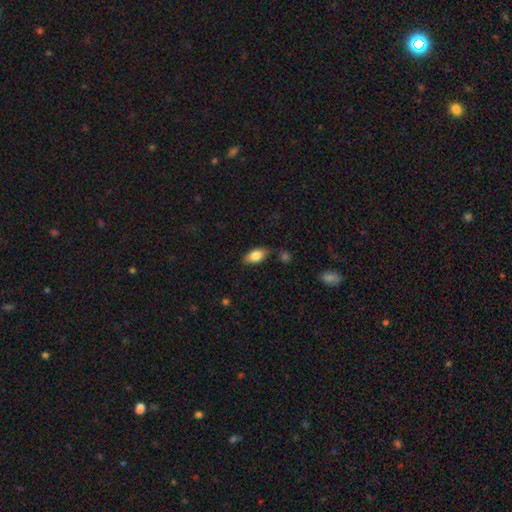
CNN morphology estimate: Overall: smooth (83%). How rounded: in between (91%). Merging: none (77%).